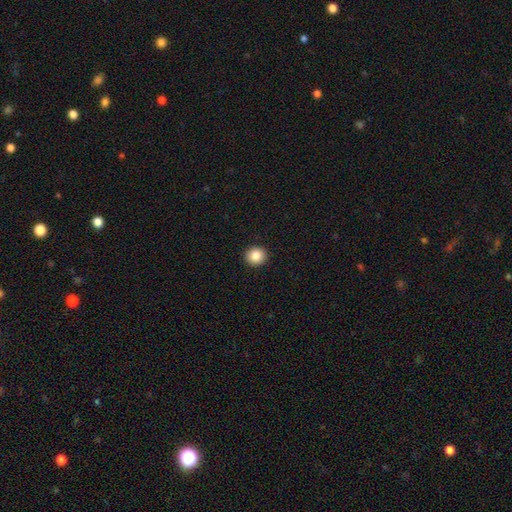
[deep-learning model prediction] Overall: smooth (86%). How rounded: round (87%). Merging: none (93%).